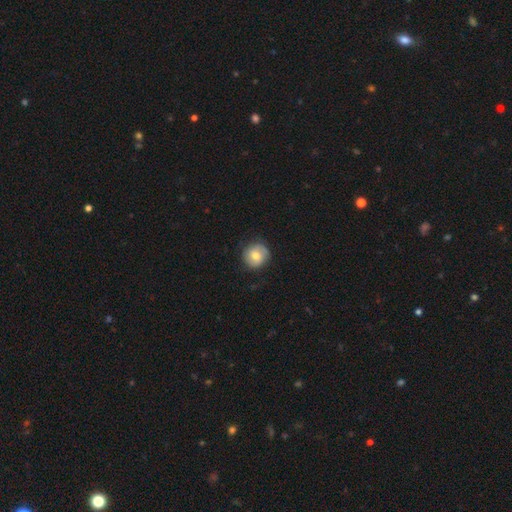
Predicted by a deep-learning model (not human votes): smooth-or-featured: smooth: 62% | featured or disk: 31% | star or artifact: 7%
  how-rounded: round: 88% | in between: 11% | cigar-shaped: 1%
  merging: none: 81% | minor disturbance: 15% | major disturbance: 4% | merger: 1%